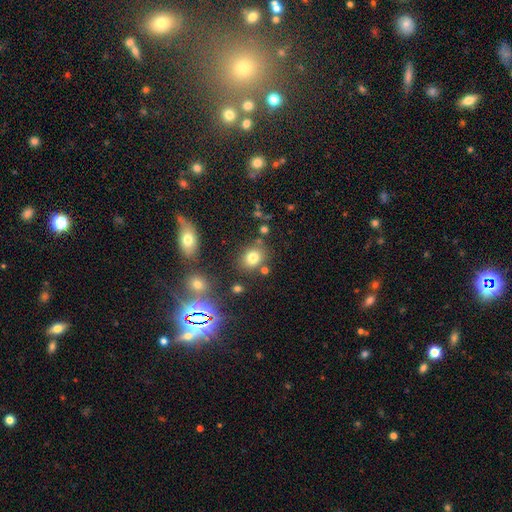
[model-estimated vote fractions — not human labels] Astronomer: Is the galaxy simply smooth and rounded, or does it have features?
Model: smooth — 76%.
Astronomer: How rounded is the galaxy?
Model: round — 58% (runner-up: in between, 40%).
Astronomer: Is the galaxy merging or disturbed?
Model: none — 76%.